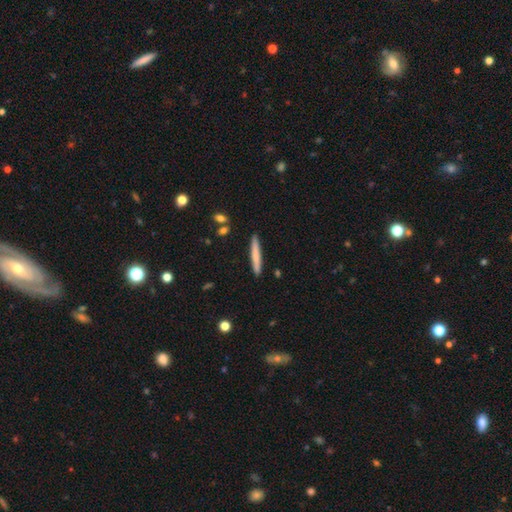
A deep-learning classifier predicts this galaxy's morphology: Q: Smooth or featured?
A: smooth (71%); runner-up: featured or disk (24%)
Q: How rounded?
A: cigar-shaped (96%); runner-up: in between (3%)
Q: Merging?
A: none (90%); runner-up: minor disturbance (7%)